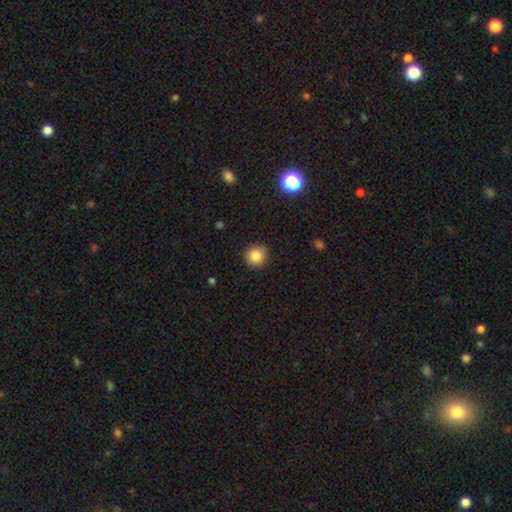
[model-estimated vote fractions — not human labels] smooth_or_featured: smooth (p=0.84) [alt: star or artifact p=0.11]
how_rounded: round (p=0.93) [alt: in between p=0.06]
merging: none (p=0.91) [alt: minor disturbance p=0.07]